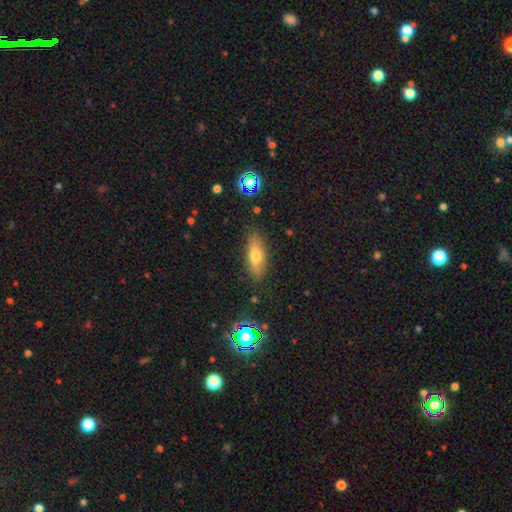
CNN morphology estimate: Smooth or featured? Predicted: smooth (p=0.60). How rounded? Predicted: in between (p=0.59). Merging? Predicted: none (p=0.86).